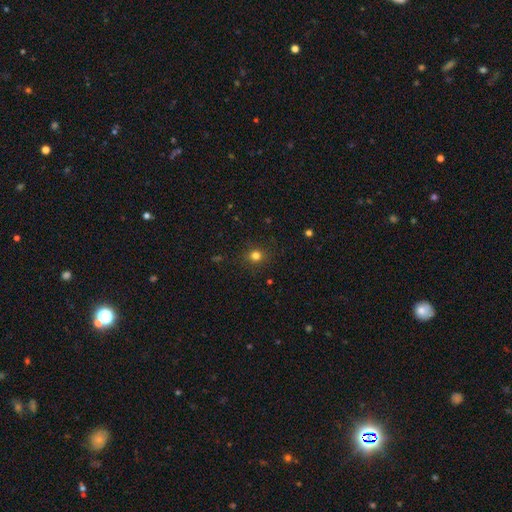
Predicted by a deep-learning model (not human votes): The model was most divided on "smooth or featured": smooth: 78%, star or artifact: 16%, featured or disk: 6%. More confident: merging — none (88%); how rounded — round (82%).